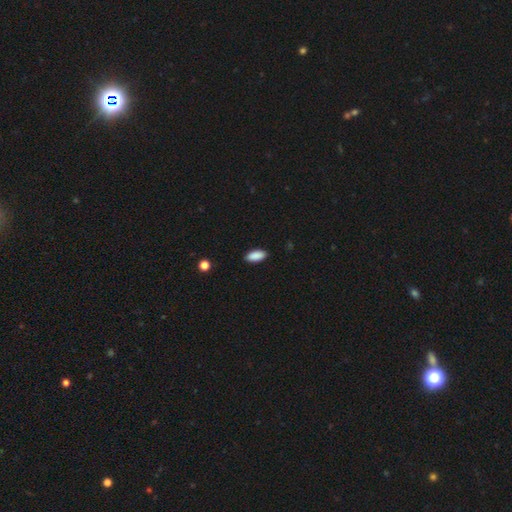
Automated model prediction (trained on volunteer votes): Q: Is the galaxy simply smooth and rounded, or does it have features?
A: smooth — 90%.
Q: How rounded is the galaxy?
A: in between — 88%.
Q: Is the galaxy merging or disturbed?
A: none — 89%.